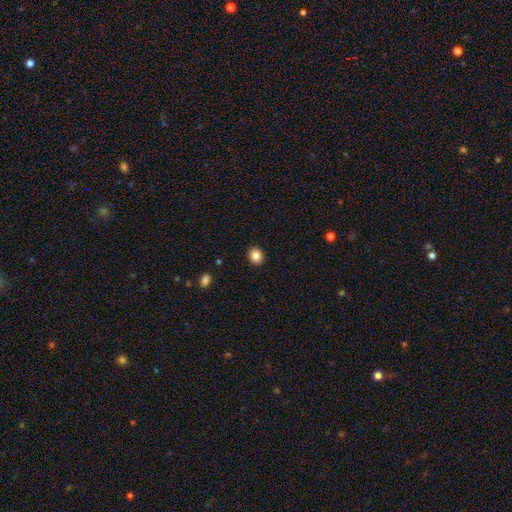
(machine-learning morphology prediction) Overall: smooth (86%). How rounded: round (66%; in between 33%). Merging: none (91%).